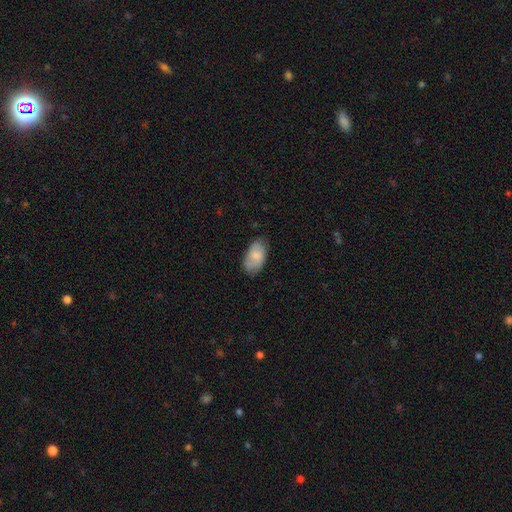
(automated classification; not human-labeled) This appears to be a smooth galaxy with no disk features (75%) that is in between round and cigar-shaped (94%). Merging: none (70%).